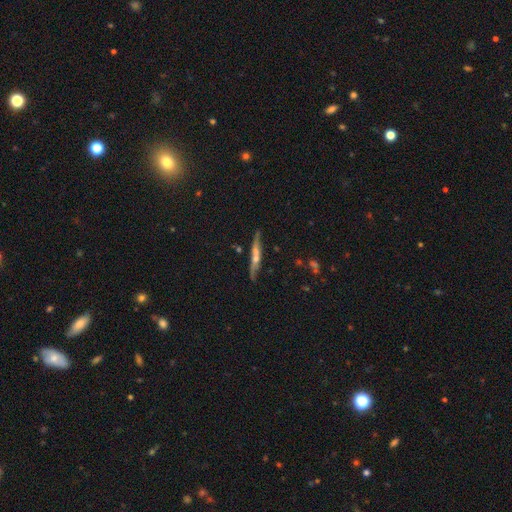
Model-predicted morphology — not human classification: This appears to be a featured or disk galaxy (64%) viewed edge-on (87%) with a rounded central bulge (66%). Merging: none (67%).